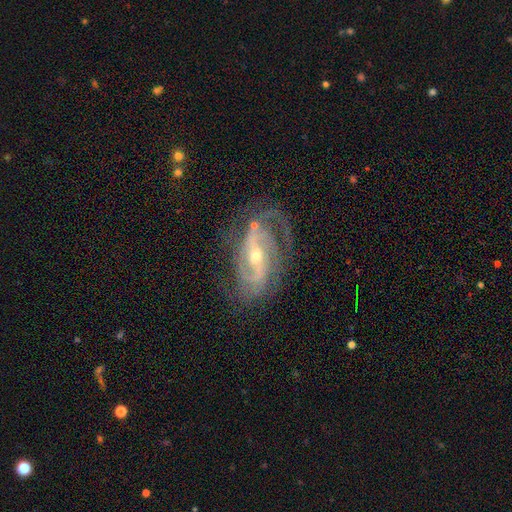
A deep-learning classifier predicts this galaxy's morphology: Overall: featured or disk (89%). Edge-on disk: no (95%). Bar: strong (43%; weak 36%). Spiral arms: yes (96%). Spiral arm count: 2 (55%; 3 17%). Spiral winding: medium (44%; tight 41%). Bulge size: small (49%; moderate 47%). Merging: none (65%).